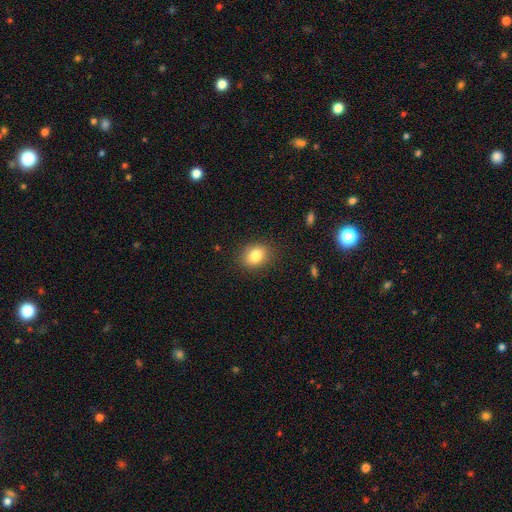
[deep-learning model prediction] A smooth galaxy with no disk features (83%) that is in between round and cigar-shaped (57%).

Vote fractions:
- Smooth or featured? smooth: 83% / star or artifact: 9% / featured or disk: 8%
- How rounded? in between: 57% / round: 41% / cigar-shaped: 1%
- Merging? none: 85% / minor disturbance: 11% / major disturbance: 3% / merger: 1%